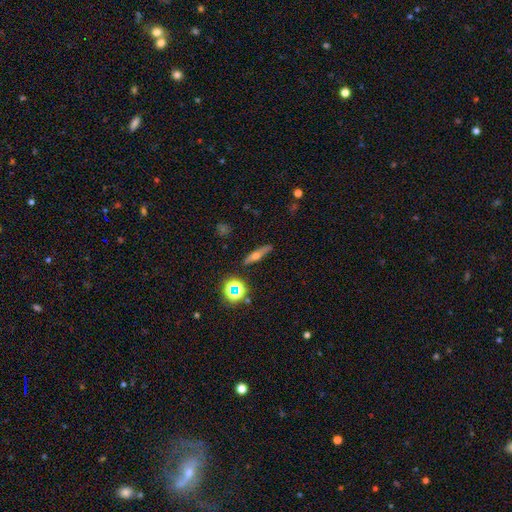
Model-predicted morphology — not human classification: Smooth or featured?
  - featured or disk: 47% *
  - smooth: 39%
  - star or artifact: 14%
Merging?
  - none: 86% *
  - minor disturbance: 9%
  - major disturbance: 2%
  - merger: 2%